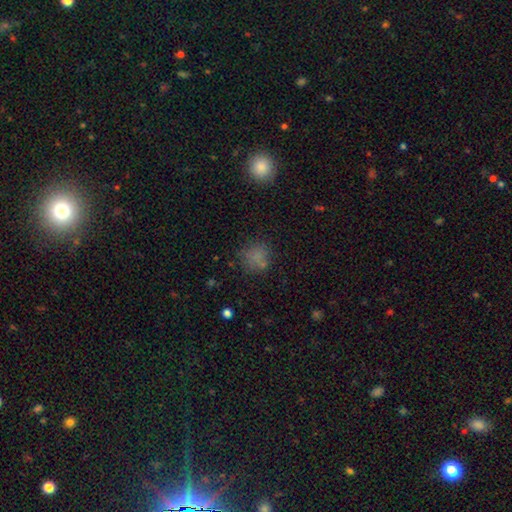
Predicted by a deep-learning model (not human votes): smooth 74%, star or artifact 18%, featured or disk 9%. Down the decision tree: how rounded — round (81%); merging — none (70%).